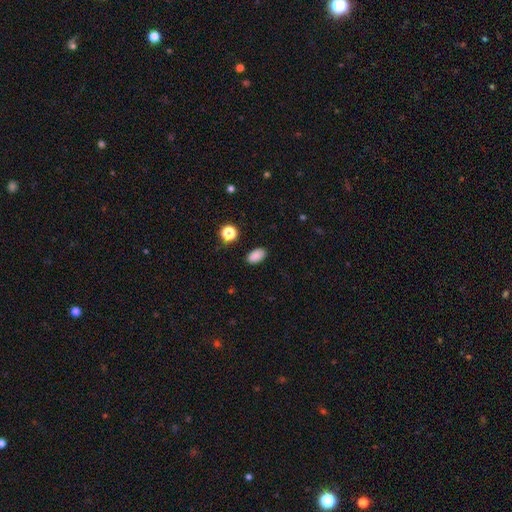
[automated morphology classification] Q: Smooth or featured?
A: smooth (86%); runner-up: star or artifact (10%)
Q: How rounded?
A: in between (90%); runner-up: round (9%)
Q: Merging?
A: none (88%); runner-up: minor disturbance (9%)